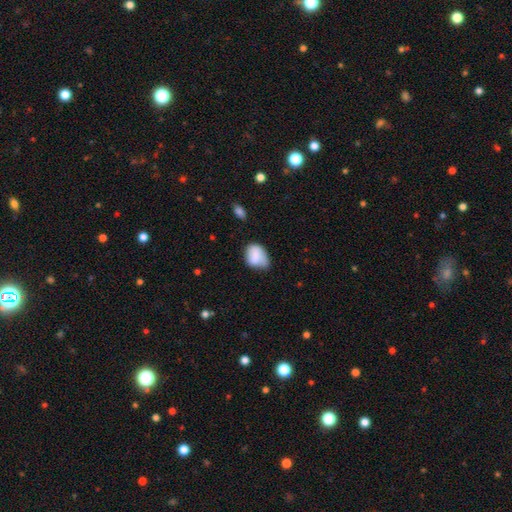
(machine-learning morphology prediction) smooth_or_featured: smooth (p=0.79) [alt: featured or disk p=0.13]
how_rounded: in between (p=0.73) [alt: round p=0.26]
merging: none (p=0.41) [alt: minor disturbance p=0.40]